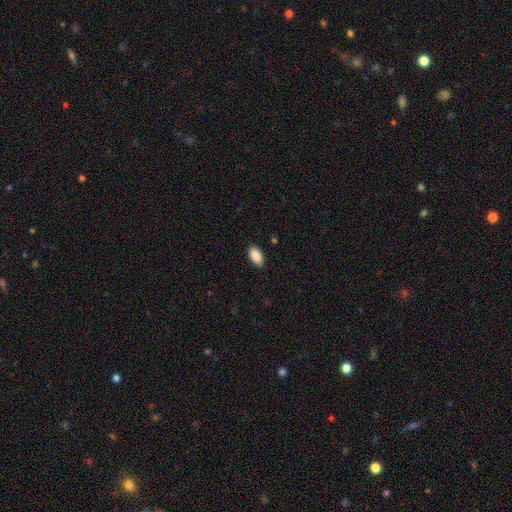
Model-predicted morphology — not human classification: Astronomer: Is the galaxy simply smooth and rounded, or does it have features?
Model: smooth — 89%.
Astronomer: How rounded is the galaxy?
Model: in between — 94%.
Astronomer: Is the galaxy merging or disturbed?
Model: none — 87%.